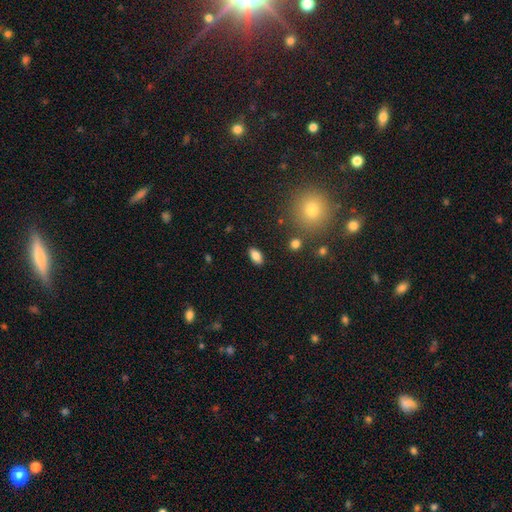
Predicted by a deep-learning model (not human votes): Smooth or featured?
  - smooth: 82% *
  - star or artifact: 9%
  - featured or disk: 8%
How rounded?
  - in between: 90% *
  - round: 6%
  - cigar-shaped: 4%
Merging?
  - none: 87% *
  - minor disturbance: 9%
  - major disturbance: 2%
  - merger: 2%